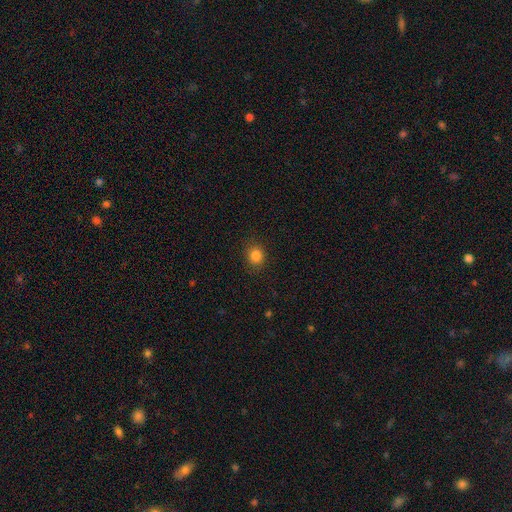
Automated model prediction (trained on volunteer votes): Q: Smooth or featured?
A: smooth (84%); runner-up: star or artifact (12%)
Q: How rounded?
A: round (80%); runner-up: in between (20%)
Q: Merging?
A: none (89%); runner-up: minor disturbance (8%)